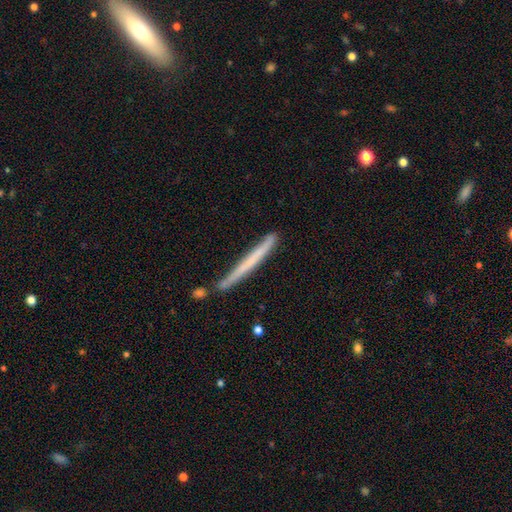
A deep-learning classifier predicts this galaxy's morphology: type=smooth (53%); roundness=cigar-shaped (97%); merging=none (80%).